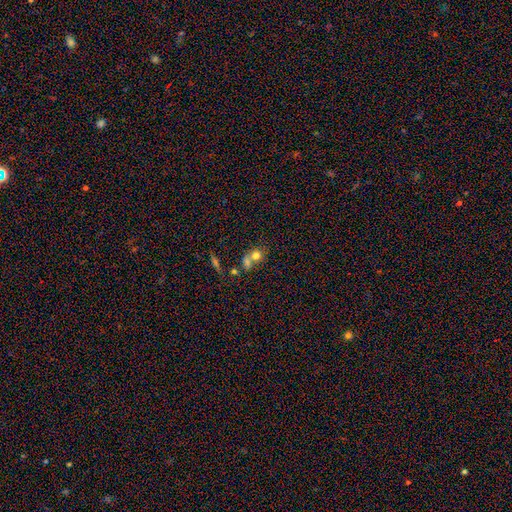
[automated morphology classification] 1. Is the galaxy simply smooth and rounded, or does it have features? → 72% smooth, 15% featured or disk, 13% star or artifact.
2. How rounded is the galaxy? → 72% round, 26% in between, 2% cigar-shaped.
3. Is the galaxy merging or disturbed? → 54% merger, 33% none, 8% minor disturbance, 5% major disturbance.